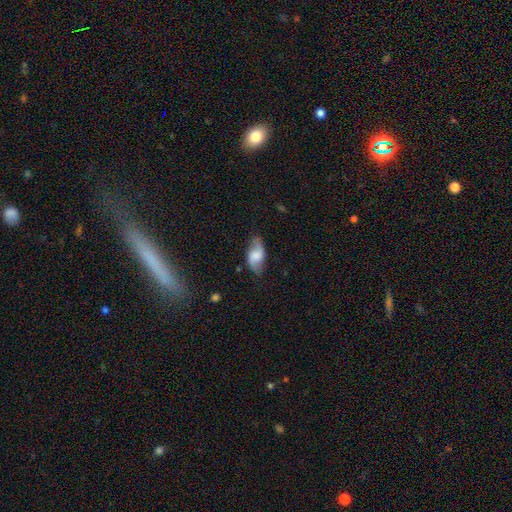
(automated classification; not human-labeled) featured or disk 49%, smooth 43%, star or artifact 8%. Down the decision tree: merging — none (73%).